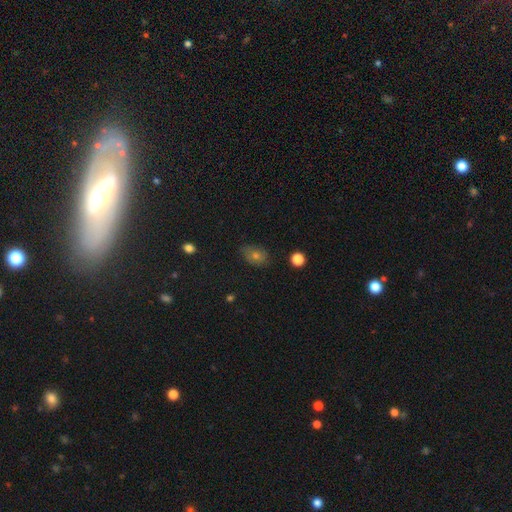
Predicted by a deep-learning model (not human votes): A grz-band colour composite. It shows a smooth galaxy with no disk features (64%) that is in between round and cigar-shaped (66%). Merging: none (71%).